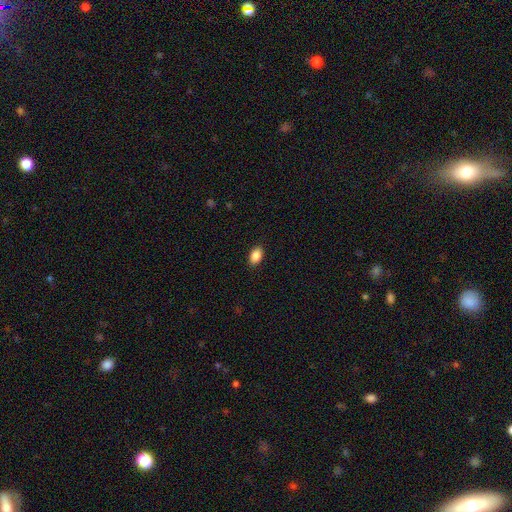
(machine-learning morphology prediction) This appears to be a smooth galaxy with no disk features (88%) that is in between round and cigar-shaped (89%). Merging: none (89%).